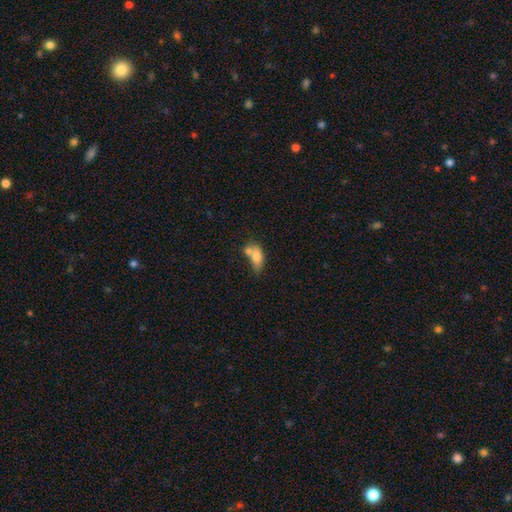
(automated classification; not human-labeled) Morphology: type=smooth (72%); roundness=in between (81%); merging=merger (53%).